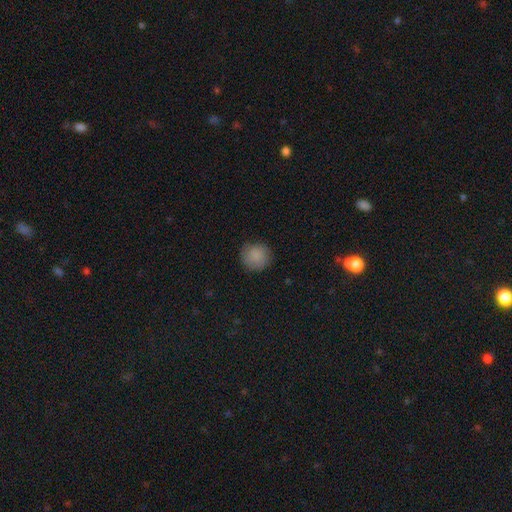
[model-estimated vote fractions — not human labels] Morphology: type=smooth (87%); roundness=round (91%); merging=none (85%).